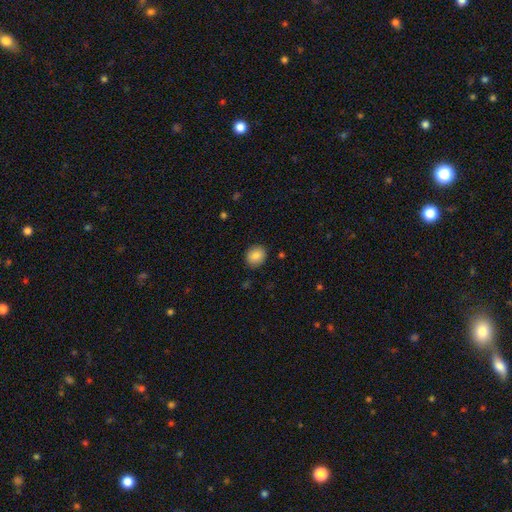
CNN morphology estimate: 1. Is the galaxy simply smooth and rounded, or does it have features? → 86% smooth, 8% star or artifact, 6% featured or disk.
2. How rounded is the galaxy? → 74% round, 26% in between, 1% cigar-shaped.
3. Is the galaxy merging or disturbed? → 89% none, 8% minor disturbance, 2% major disturbance, 1% merger.